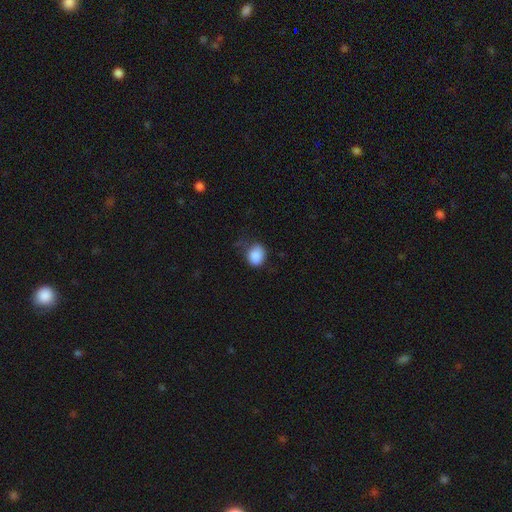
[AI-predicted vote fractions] The model was most divided on "how rounded": round: 52%, in between: 47%, cigar-shaped: 1%. More confident: smooth or featured — smooth (87%); merging — none (58%).